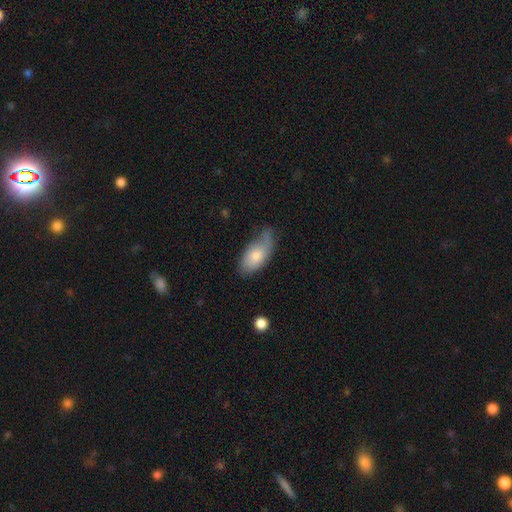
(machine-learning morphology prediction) smooth-or-featured: smooth: 72% | featured or disk: 22% | star or artifact: 6%
  how-rounded: in between: 92% | cigar-shaped: 5% | round: 3%
  merging: none: 46% | minor disturbance: 35% | major disturbance: 15% | merger: 4%